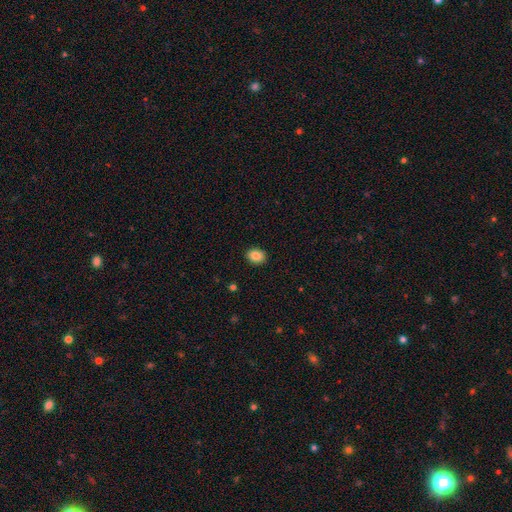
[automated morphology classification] Smooth or featured?
  - smooth: 86% *
  - star or artifact: 9%
  - featured or disk: 5%
How rounded?
  - in between: 56% *
  - round: 43%
  - cigar-shaped: 1%
Merging?
  - none: 91% *
  - minor disturbance: 7%
  - major disturbance: 2%
  - merger: 1%